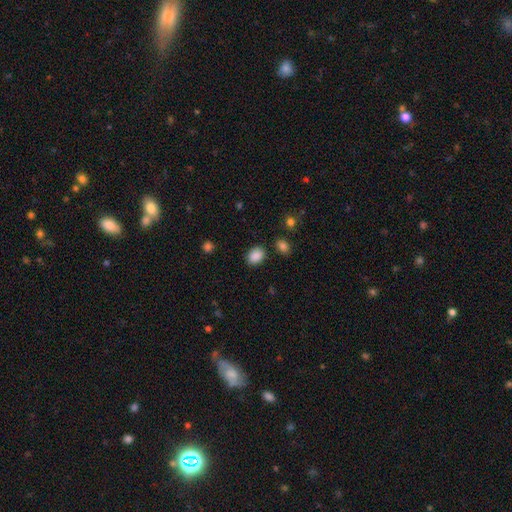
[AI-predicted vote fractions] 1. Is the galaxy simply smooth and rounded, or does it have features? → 88% smooth, 9% star or artifact, 3% featured or disk.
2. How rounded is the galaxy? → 65% in between, 34% round, 1% cigar-shaped.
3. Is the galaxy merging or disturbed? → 83% none, 10% minor disturbance, 3% merger, 3% major disturbance.